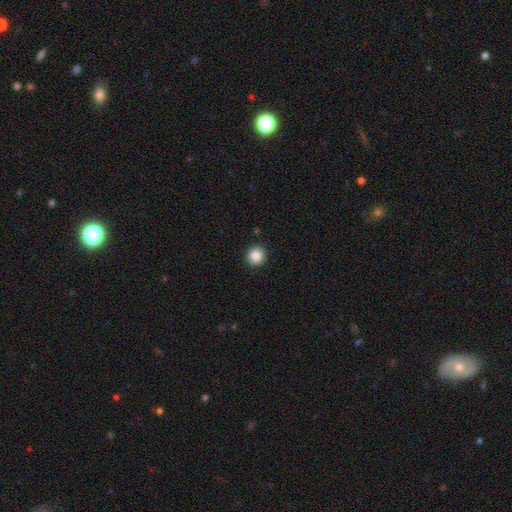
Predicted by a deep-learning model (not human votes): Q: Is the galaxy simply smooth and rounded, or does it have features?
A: smooth — 85%.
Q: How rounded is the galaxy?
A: round — 92%.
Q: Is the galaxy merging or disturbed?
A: none — 93%.